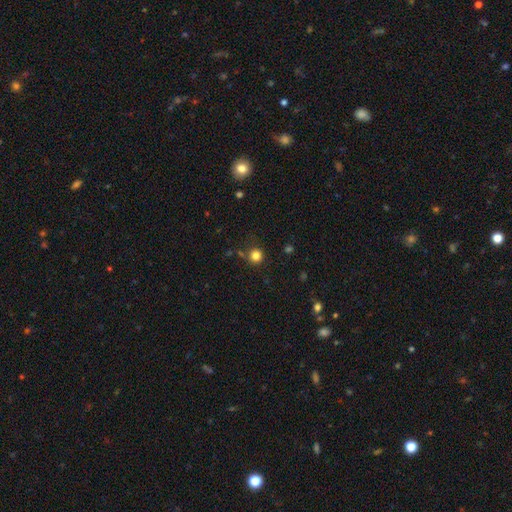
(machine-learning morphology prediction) Smooth or featured?
  - smooth: 81% *
  - star or artifact: 14%
  - featured or disk: 5%
How rounded?
  - round: 94% *
  - in between: 5%
  - cigar-shaped: 1%
Merging?
  - none: 83% *
  - minor disturbance: 10%
  - merger: 4%
  - major disturbance: 3%